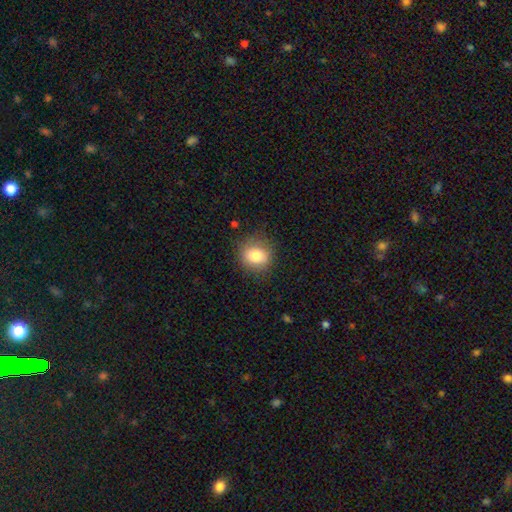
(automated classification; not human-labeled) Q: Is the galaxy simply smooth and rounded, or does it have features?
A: smooth — 81%.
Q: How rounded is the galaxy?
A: round — 78%.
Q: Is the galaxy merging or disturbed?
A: none — 82%.